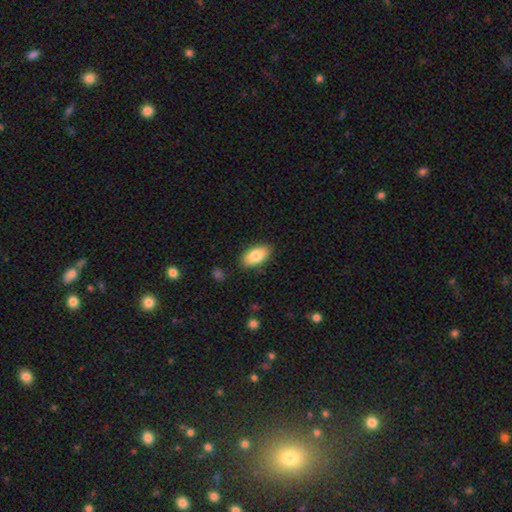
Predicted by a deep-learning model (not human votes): smooth-or-featured: smooth: 81% | featured or disk: 12% | star or artifact: 6%
  how-rounded: in between: 93% | round: 4% | cigar-shaped: 3%
  merging: none: 87% | minor disturbance: 10% | major disturbance: 2% | merger: 1%